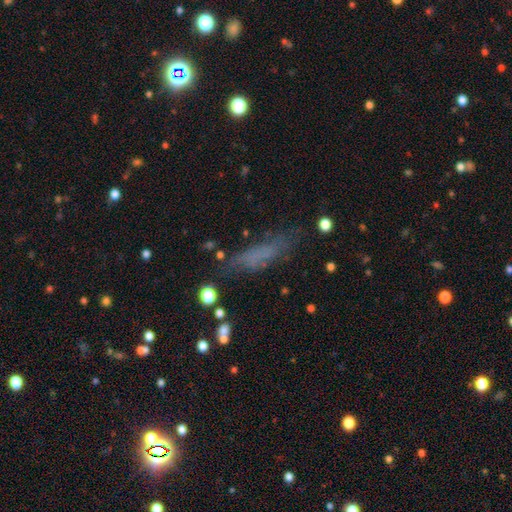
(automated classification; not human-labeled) Smooth or featured?
  - smooth: 56% *
  - star or artifact: 24%
  - featured or disk: 20%
How rounded?
  - cigar-shaped: 64% *
  - in between: 31%
  - round: 4%
Merging?
  - none: 66% *
  - minor disturbance: 20%
  - major disturbance: 10%
  - merger: 5%